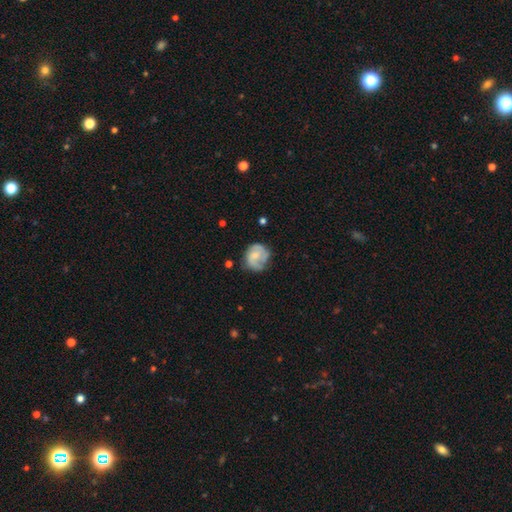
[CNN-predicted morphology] A featured or disk galaxy (54%) with no bar (66%), spiral arms (78%) and a small central bulge (41%).

Vote fractions:
- Smooth or featured? featured or disk: 54% / smooth: 39% / star or artifact: 7%
- Edge-on disk? no: 98% / yes: 2%
- Bar? no: 66% / weak: 29% / strong: 5%
- Spiral arms? yes: 78% / no: 22%
- Bulge size? small: 41% / moderate: 39% / none: 15% / large: 4% / dominant: 1%
- Merging? none: 60% / minor disturbance: 26% / major disturbance: 12% / merger: 2%